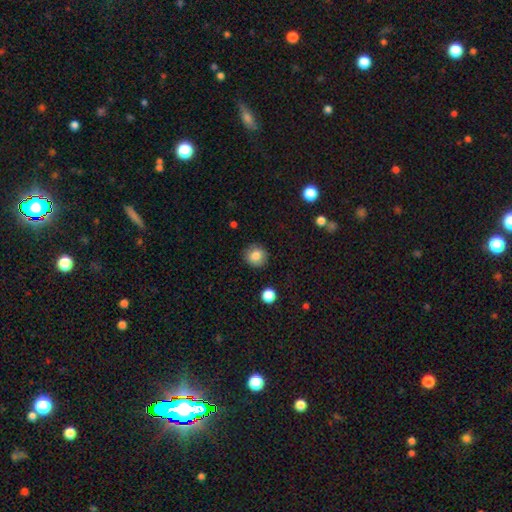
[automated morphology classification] Smooth or featured? smooth (84%)
How rounded? round (90%)
Merging? none (87%)